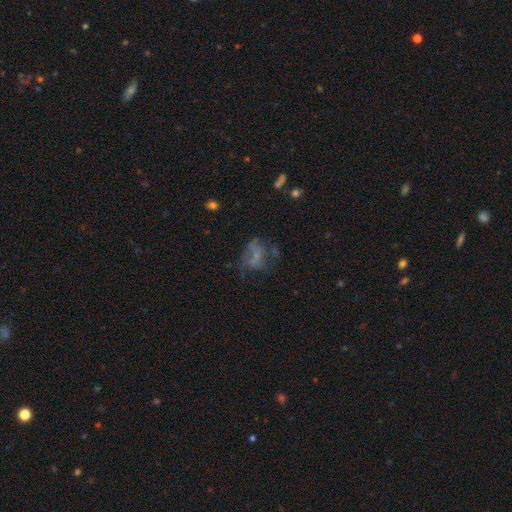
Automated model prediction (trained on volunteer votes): This is marginally a featured or disk galaxy (43%). Merging: marginally none (38%).